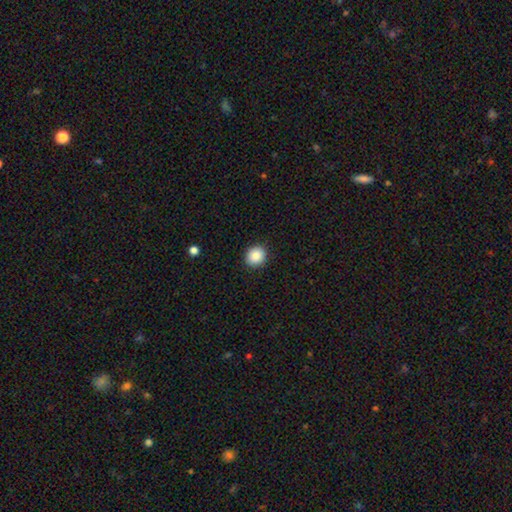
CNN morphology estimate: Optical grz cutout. It shows a smooth galaxy with no disk features (88%) that is round (81%). Merging: none (91%).